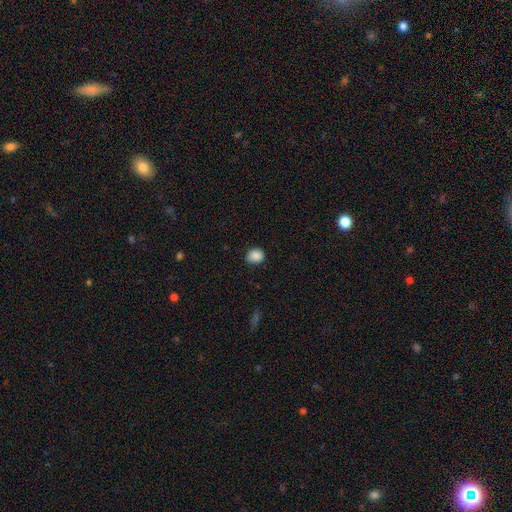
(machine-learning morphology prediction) smooth_or_featured: smooth (p=0.87) [alt: star or artifact p=0.09]
how_rounded: round (p=0.63) [alt: in between p=0.36]
merging: none (p=0.79) [alt: minor disturbance p=0.17]